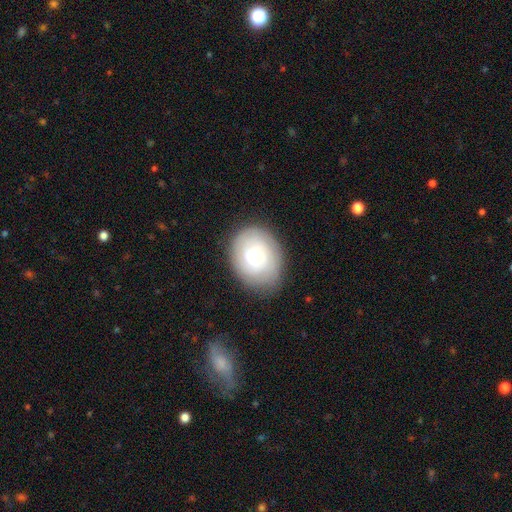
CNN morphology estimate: Q: Smooth or featured?
A: smooth (51%); runner-up: featured or disk (42%)
Q: How rounded?
A: in between (53%); runner-up: round (46%)
Q: Merging?
A: none (79%); runner-up: minor disturbance (15%)